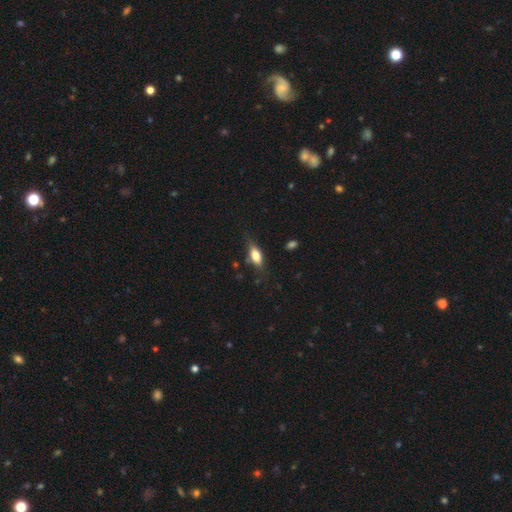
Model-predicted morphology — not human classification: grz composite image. It shows a smooth galaxy with no disk features (68%) that is in between round and cigar-shaped (76%). Merging: none (70%).